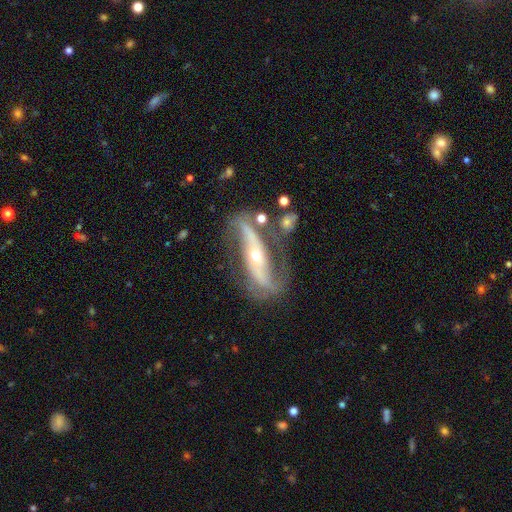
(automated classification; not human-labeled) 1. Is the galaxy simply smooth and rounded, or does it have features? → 86% featured or disk, 8% smooth, 6% star or artifact.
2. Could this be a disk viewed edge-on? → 86% no, 14% yes.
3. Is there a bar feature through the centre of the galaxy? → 45% strong, 36% no, 19% weak.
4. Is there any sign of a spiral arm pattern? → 92% yes, 8% no.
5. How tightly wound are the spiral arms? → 45% loose, 37% medium, 18% tight.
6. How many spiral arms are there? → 89% 2, 5% can't tell, 3% 1, 1% 3, 1% 4, 1% more than 4.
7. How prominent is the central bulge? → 55% small, 41% moderate, 2% large, 1% dominant, 1% none.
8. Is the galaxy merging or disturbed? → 62% none, 18% minor disturbance, 13% major disturbance, 7% merger.